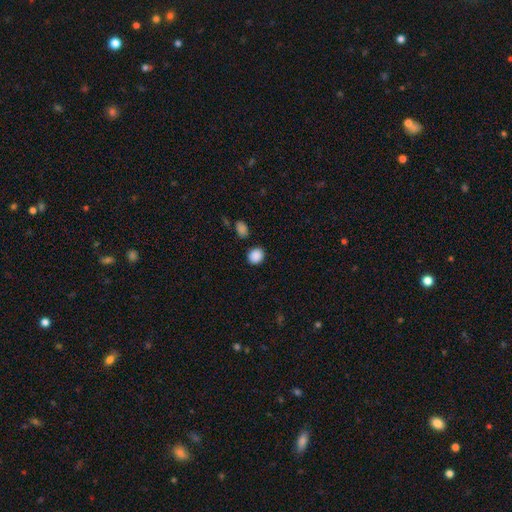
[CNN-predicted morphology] A smooth galaxy with no disk features (88%) that is round (79%).

Vote fractions:
- Smooth or featured? smooth: 88% / star or artifact: 9% / featured or disk: 3%
- How rounded? round: 79% / in between: 20% / cigar-shaped: 1%
- Merging? none: 86% / minor disturbance: 8% / merger: 3% / major disturbance: 3%